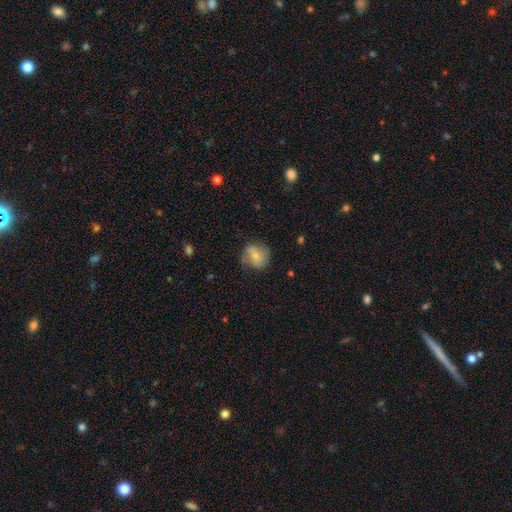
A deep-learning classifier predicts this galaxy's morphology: This appears to be a smooth galaxy with no disk features (68%) that is round (68%). Merging: none (61%).